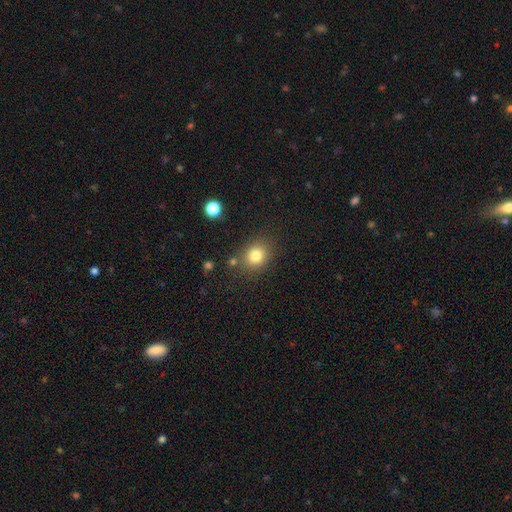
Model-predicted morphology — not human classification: Smooth or featured: smooth — 81% (star or artifact — 12%)
How rounded: round — 64% (in between — 35%)
Merging: none — 79% (minor disturbance — 12%)